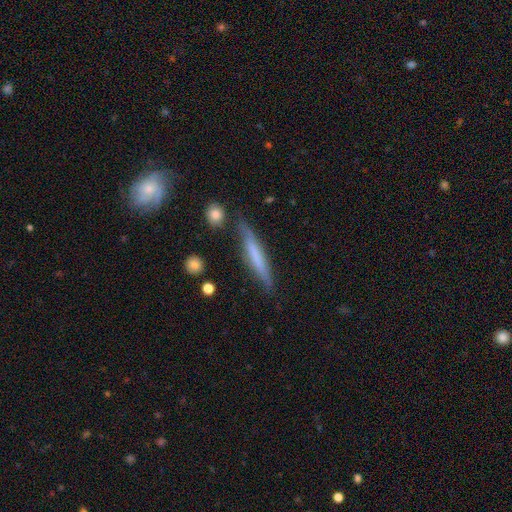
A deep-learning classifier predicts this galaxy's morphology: Q: Smooth or featured?
A: smooth (49%); runner-up: featured or disk (44%)
Q: Merging?
A: none (78%); runner-up: minor disturbance (15%)